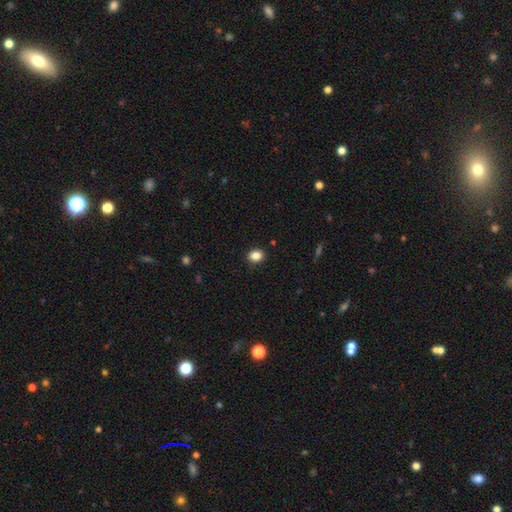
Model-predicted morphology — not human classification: The model was most divided on "how rounded": round: 50%, in between: 49%, cigar-shaped: 1%. More confident: merging — none (90%); smooth or featured — smooth (86%).